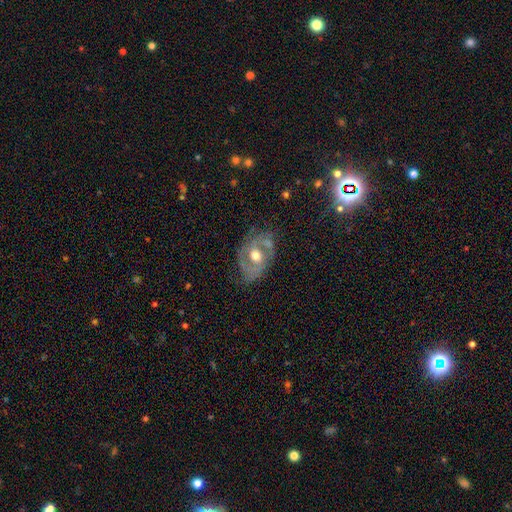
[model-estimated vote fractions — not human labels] Smooth or featured? Predicted: featured or disk (p=0.77). Edge-on disk? Predicted: no (p=0.95). Bar? Predicted: no (p=0.57). Spiral arms? Predicted: yes (p=0.77). Spiral winding? Predicted: medium (p=0.43). Spiral arm count? Predicted: 2 (p=0.65). Bulge size? Predicted: moderate (p=0.77). Merging? Predicted: none (p=0.61).